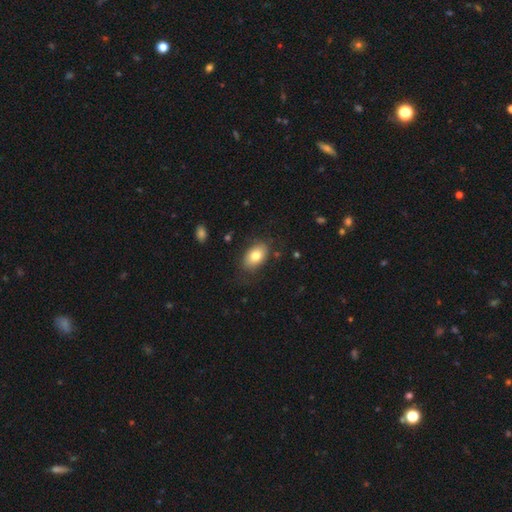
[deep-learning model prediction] The model was most divided on "merging": none: 77%, minor disturbance: 16%, major disturbance: 5%, merger: 2%. More confident: how rounded — in between (89%); smooth or featured — smooth (79%).